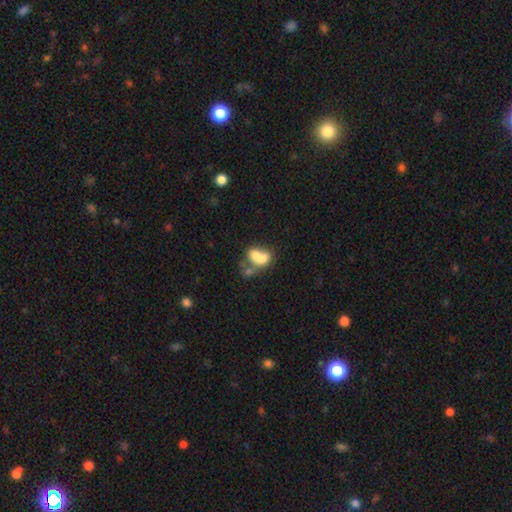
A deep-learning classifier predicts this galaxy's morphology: This appears to be a smooth galaxy with no disk features (64%) that is in between round and cigar-shaped (62%). Merging: merger (66%).